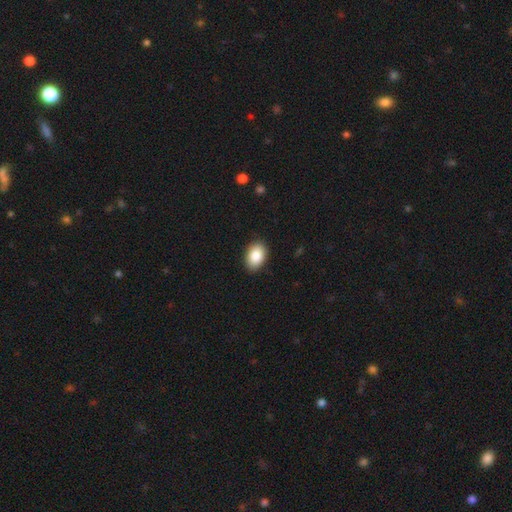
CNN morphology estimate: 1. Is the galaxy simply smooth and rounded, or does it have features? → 87% smooth, 7% star or artifact, 6% featured or disk.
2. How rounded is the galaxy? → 88% in between, 11% round, 1% cigar-shaped.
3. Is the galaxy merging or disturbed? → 89% none, 8% minor disturbance, 2% major disturbance, 1% merger.